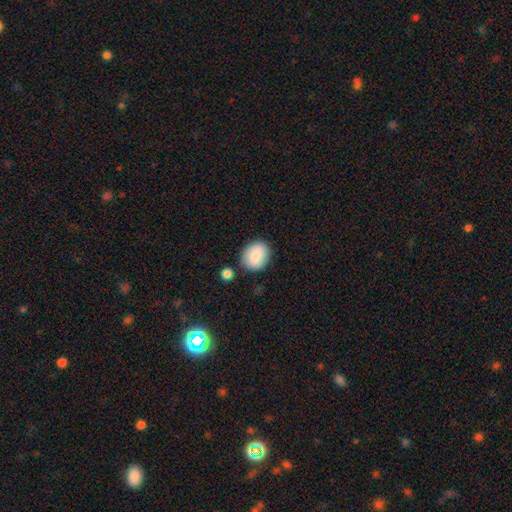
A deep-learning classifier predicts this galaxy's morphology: The model was most divided on "how rounded": round: 55%, in between: 44%, cigar-shaped: 1%. More confident: smooth or featured — smooth (84%); merging — none (79%).